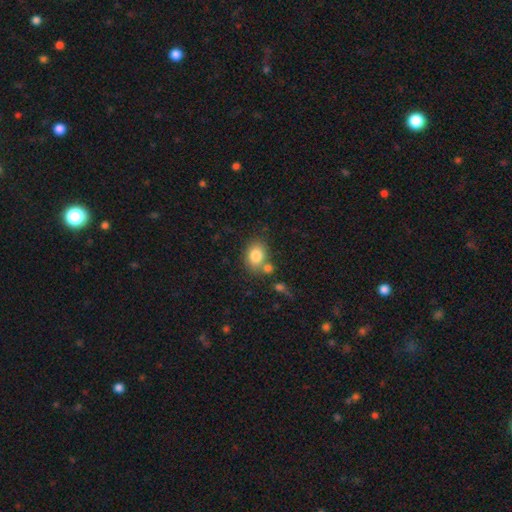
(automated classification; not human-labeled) smooth 82%, featured or disk 9%, star or artifact 9%. Down the decision tree: how rounded — in between (63%); merging — none (64%).